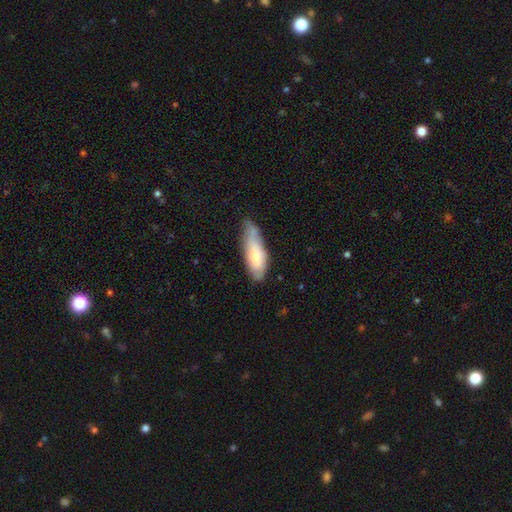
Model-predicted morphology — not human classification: smooth_or_featured: smooth (p=0.67) [alt: featured or disk p=0.26]
how_rounded: in between (p=0.61) [alt: cigar-shaped p=0.37]
merging: none (p=0.49) [alt: minor disturbance p=0.38]